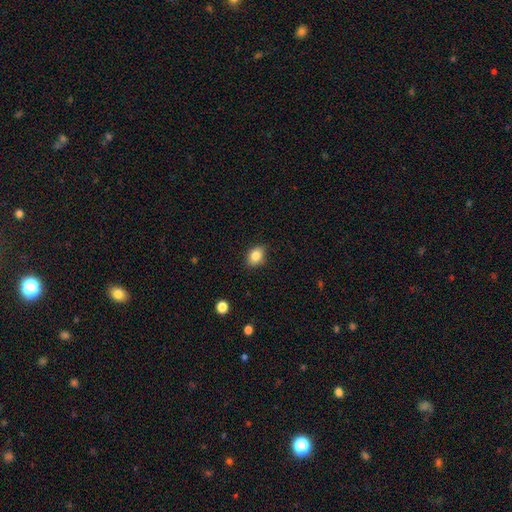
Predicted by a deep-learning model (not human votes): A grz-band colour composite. It shows a smooth galaxy with no disk features (84%) that is in between round and cigar-shaped (69%). Merging: none (84%).